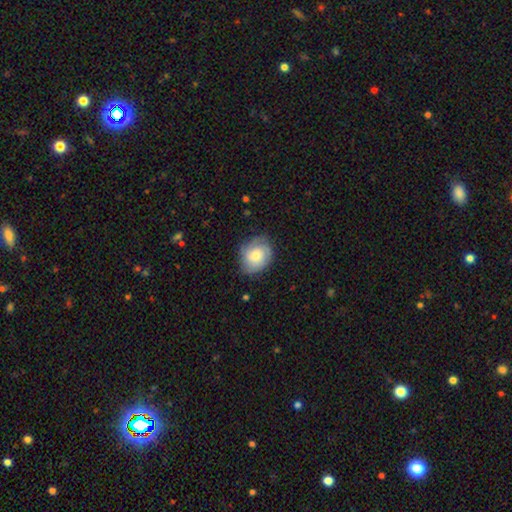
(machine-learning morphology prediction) smooth_or_featured: smooth (p=0.47) [alt: featured or disk p=0.46]
merging: none (p=0.73) [alt: minor disturbance p=0.20]